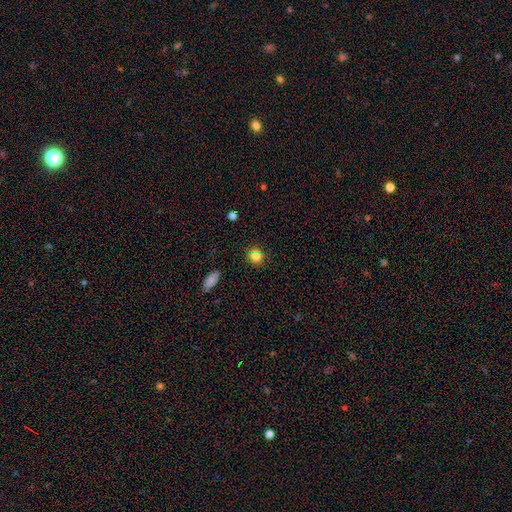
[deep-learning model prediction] The model was most divided on "smooth or featured": smooth: 82%, star or artifact: 12%, featured or disk: 6%. More confident: merging — none (88%); how rounded — round (85%).